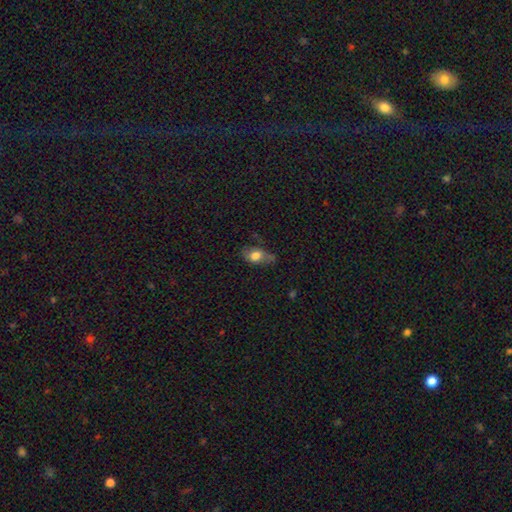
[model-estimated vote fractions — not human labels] The model was most divided on "merging": none: 52%, minor disturbance: 33%, major disturbance: 12%, merger: 3%. More confident: how rounded — in between (82%); smooth or featured — smooth (73%).